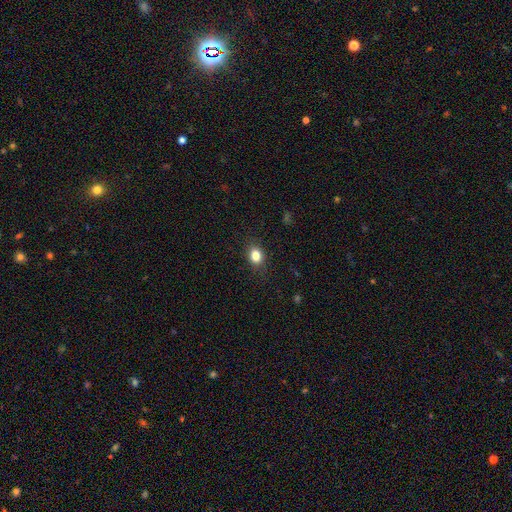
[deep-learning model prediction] Smooth or featured? smooth (83%)
How rounded? in between (53%)
Merging? none (85%)